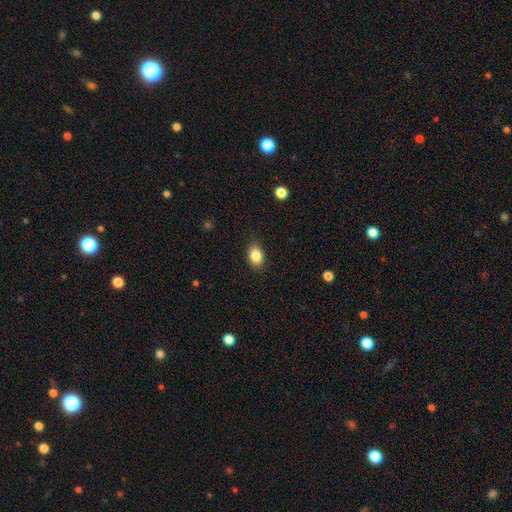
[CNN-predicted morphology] smooth_or_featured: smooth (p=0.86) [alt: star or artifact p=0.09]
how_rounded: in between (p=0.79) [alt: round p=0.19]
merging: none (p=0.87) [alt: minor disturbance p=0.10]